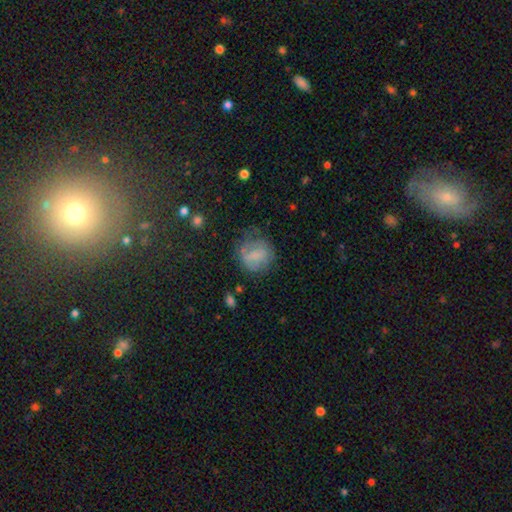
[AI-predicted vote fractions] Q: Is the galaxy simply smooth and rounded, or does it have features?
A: smooth — 62%.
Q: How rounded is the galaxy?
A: round — 70%.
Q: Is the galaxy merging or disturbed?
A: none — 51%.